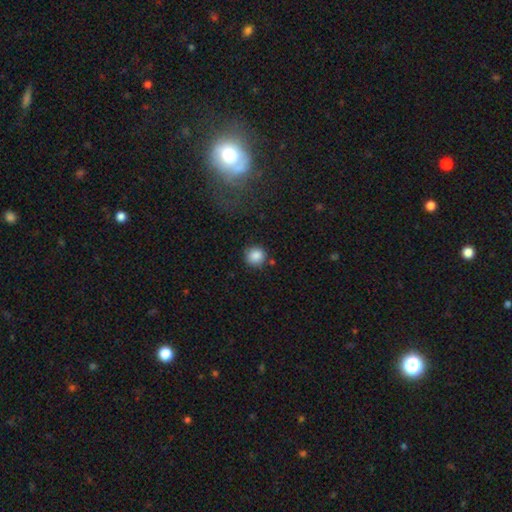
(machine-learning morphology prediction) type=smooth (87%); roundness=round (92%); merging=none (83%).